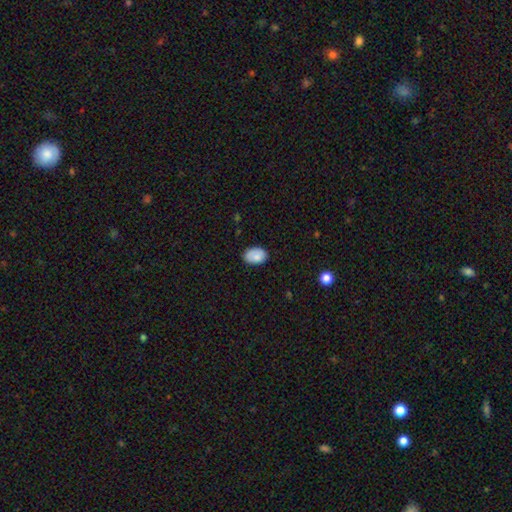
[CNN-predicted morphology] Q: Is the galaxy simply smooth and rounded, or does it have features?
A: smooth — 83%.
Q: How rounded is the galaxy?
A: in between — 88%.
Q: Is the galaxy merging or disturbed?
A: none — 79%.